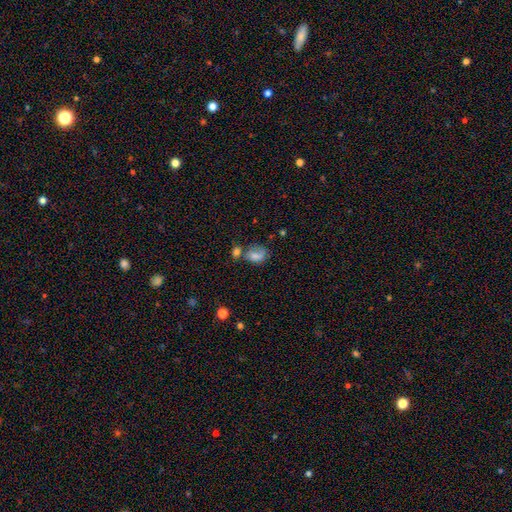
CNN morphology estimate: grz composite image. It shows a smooth galaxy with no disk features (69%) that is in between round and cigar-shaped (66%). Merging: none (34%).